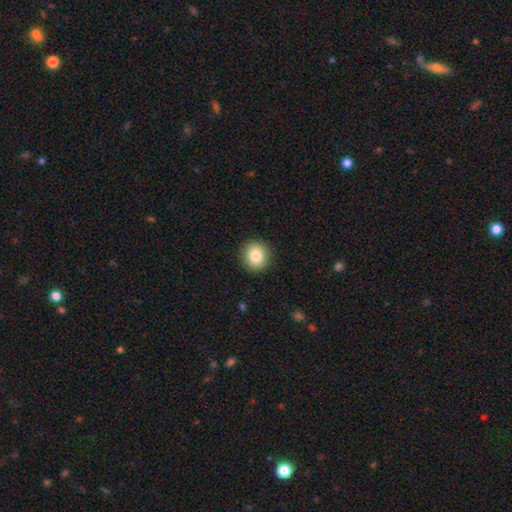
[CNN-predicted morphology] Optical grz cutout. It shows a smooth galaxy with no disk features (83%) that is round (91%). Merging: none (91%).